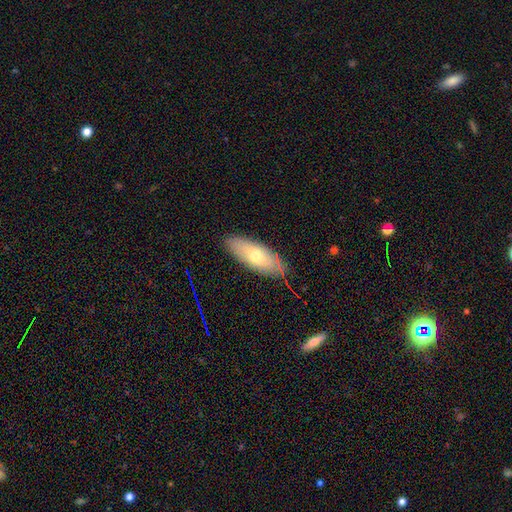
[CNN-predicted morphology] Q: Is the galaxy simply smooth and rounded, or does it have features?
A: smooth — 56%.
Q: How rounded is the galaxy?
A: in between — 75%.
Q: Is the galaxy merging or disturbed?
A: none — 77%.